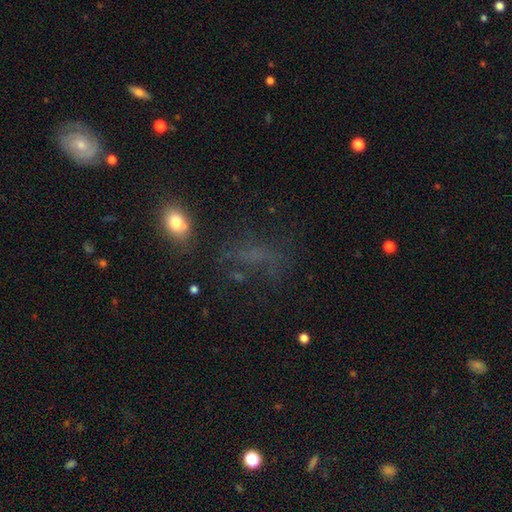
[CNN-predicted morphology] Q: Smooth or featured?
A: smooth (41%); runner-up: star or artifact (35%)
Q: Merging?
A: none (53%); runner-up: major disturbance (24%)